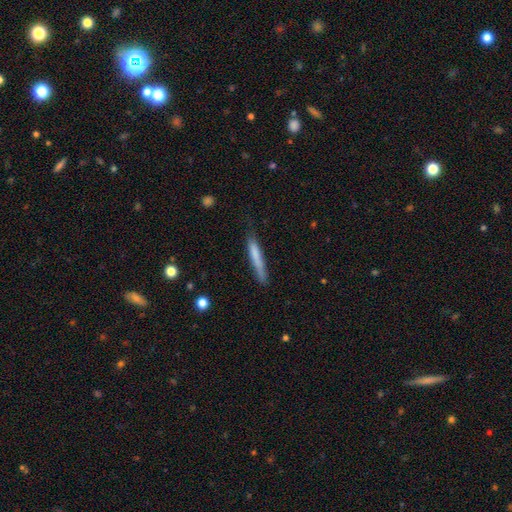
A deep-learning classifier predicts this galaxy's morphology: Overall: smooth (70%). How rounded: cigar-shaped (94%). Merging: none (72%).